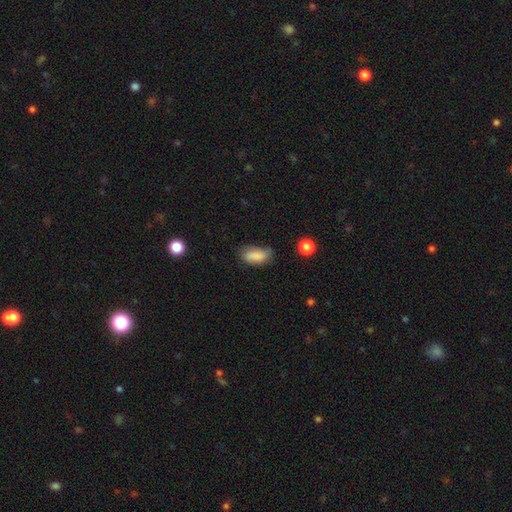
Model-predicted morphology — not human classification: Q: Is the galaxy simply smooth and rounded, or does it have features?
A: smooth — 83%.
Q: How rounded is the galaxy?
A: in between — 88%.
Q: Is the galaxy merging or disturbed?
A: none — 60%.